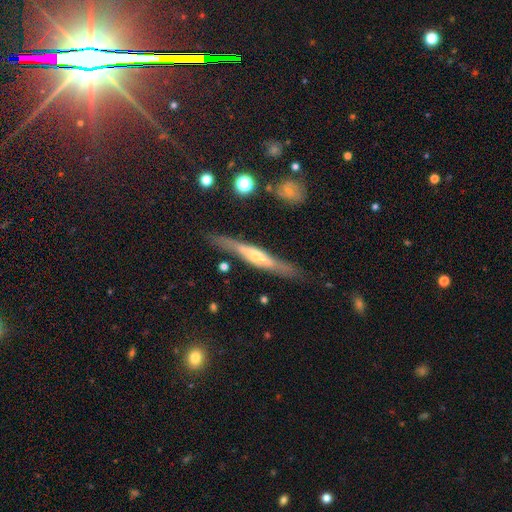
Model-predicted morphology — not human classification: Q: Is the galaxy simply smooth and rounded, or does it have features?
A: featured or disk — 69%.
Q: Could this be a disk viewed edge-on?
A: yes — 94%.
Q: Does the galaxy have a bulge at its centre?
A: rounded — 74%.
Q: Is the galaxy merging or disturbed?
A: none — 85%.